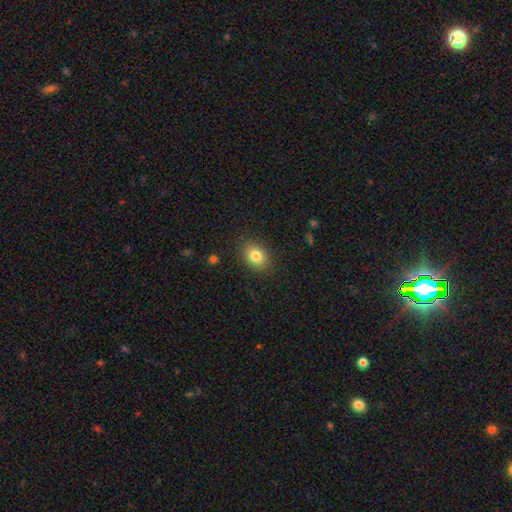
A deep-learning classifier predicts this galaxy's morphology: Smooth or featured? smooth (83%)
How rounded? in between (69%)
Merging? none (87%)